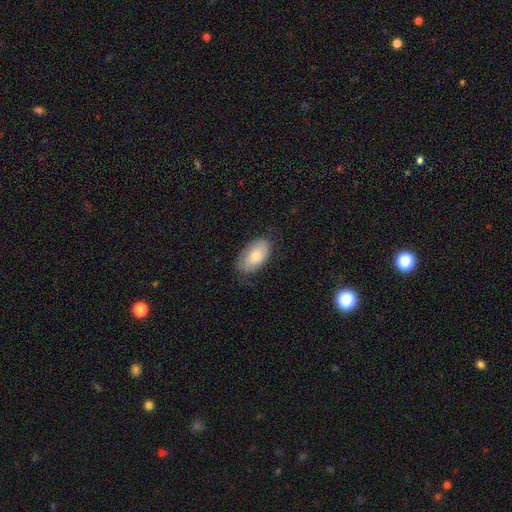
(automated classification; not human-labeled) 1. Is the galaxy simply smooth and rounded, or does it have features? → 80% smooth, 14% featured or disk, 6% star or artifact.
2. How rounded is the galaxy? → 95% in between, 4% round, 2% cigar-shaped.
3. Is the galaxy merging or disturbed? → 74% none, 20% minor disturbance, 5% major disturbance, 1% merger.